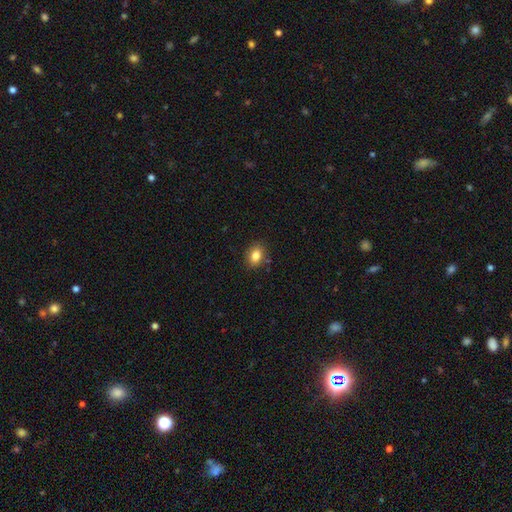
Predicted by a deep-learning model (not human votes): Smooth or featured: smooth — 85% (star or artifact — 9%)
How rounded: in between — 72% (round — 27%)
Merging: none — 85% (minor disturbance — 10%)